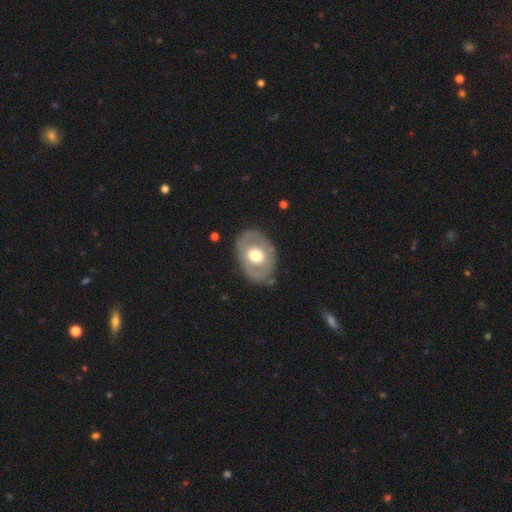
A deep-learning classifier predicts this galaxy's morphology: This is possibly a featured or disk galaxy (53%). It is clearly not viewed edge-on (92%). Merging: likely none (80%).